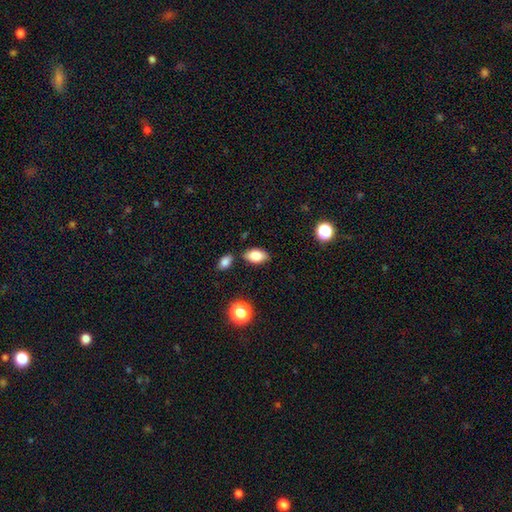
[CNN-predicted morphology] Smooth or featured? Predicted: smooth (p=0.83). How rounded? Predicted: in between (p=0.91). Merging? Predicted: none (p=0.77).